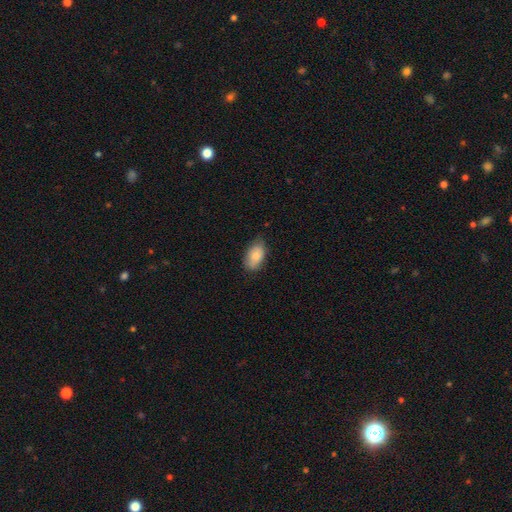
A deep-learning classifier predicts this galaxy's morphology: Q: Smooth or featured?
A: smooth (81%); runner-up: featured or disk (13%)
Q: How rounded?
A: in between (93%); runner-up: round (5%)
Q: Merging?
A: none (71%); runner-up: minor disturbance (24%)